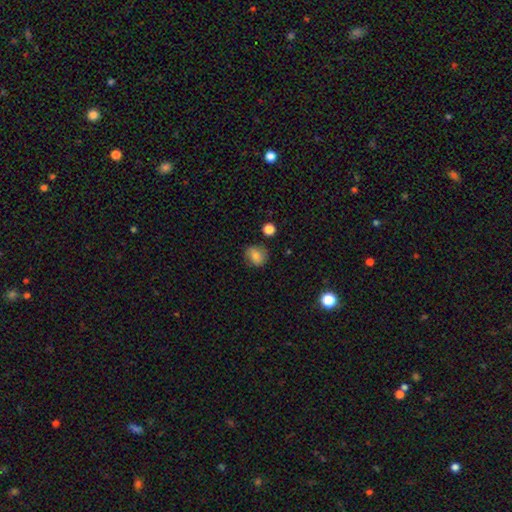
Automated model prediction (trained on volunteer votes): smooth_or_featured: smooth (p=0.77) [alt: featured or disk p=0.13]
how_rounded: round (p=0.77) [alt: in between p=0.22]
merging: none (p=0.79) [alt: minor disturbance p=0.15]